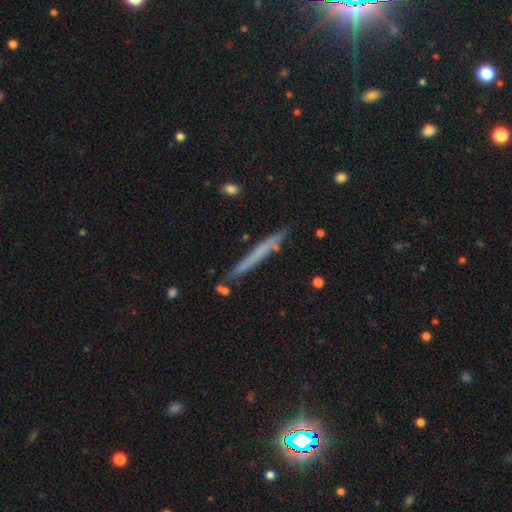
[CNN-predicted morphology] smooth_or_featured: smooth (p=0.52) [alt: featured or disk p=0.41]
how_rounded: cigar-shaped (p=0.97) [alt: in between p=0.02]
merging: none (p=0.84) [alt: minor disturbance p=0.11]